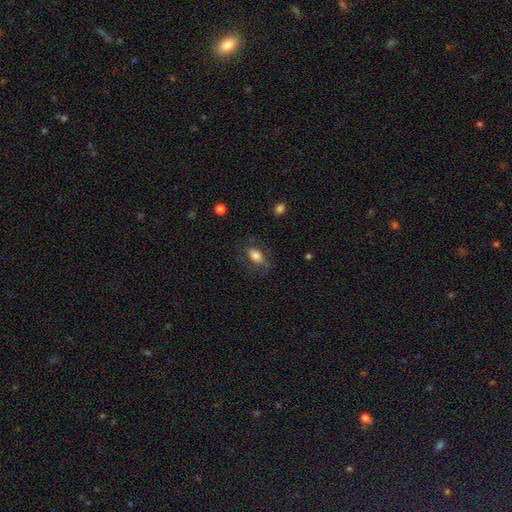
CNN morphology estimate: Smooth or featured? smooth (71%)
How rounded? in between (85%)
Merging? none (69%)